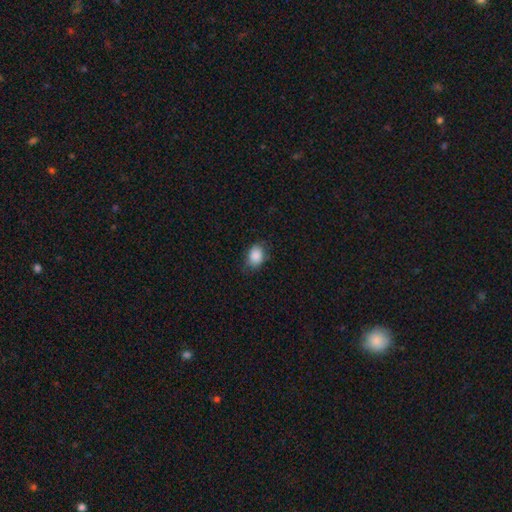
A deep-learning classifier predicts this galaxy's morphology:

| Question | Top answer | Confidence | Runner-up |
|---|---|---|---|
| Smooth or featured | smooth | 88% | star or artifact (8%) |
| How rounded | in between | 72% | round (27%) |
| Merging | none | 72% | minor disturbance (22%) |